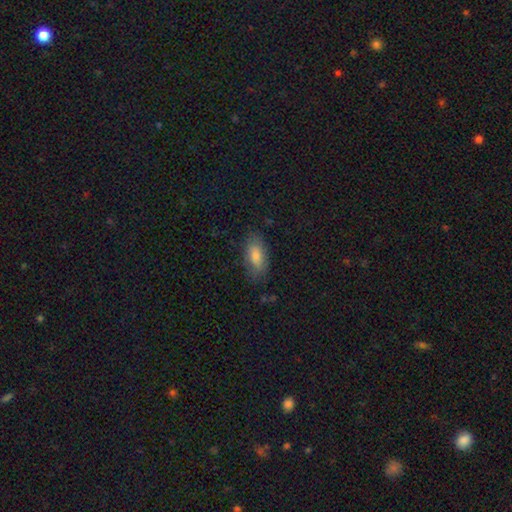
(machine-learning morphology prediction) Smooth or featured? Predicted: smooth (p=0.79). How rounded? Predicted: in between (p=0.82). Merging? Predicted: none (p=0.79).